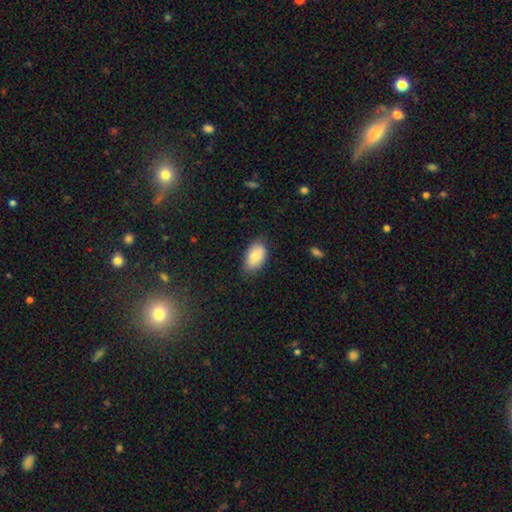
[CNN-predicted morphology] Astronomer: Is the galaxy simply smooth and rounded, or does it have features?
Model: smooth — 80%.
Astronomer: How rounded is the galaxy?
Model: in between — 91%.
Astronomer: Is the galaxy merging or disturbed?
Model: none — 78%.